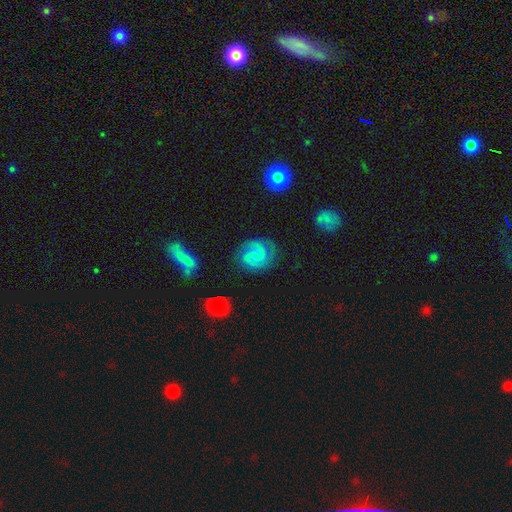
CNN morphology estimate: Smooth or featured? Predicted: featured or disk (p=0.79). Edge-on disk? Predicted: no (p=0.98). Bar? Predicted: weak (p=0.51). Spiral arms? Predicted: yes (p=0.96). Spiral winding? Predicted: medium (p=0.53). Spiral arm count? Predicted: 2 (p=0.85). Bulge size? Predicted: small (p=0.65). Merging? Predicted: none (p=0.75).